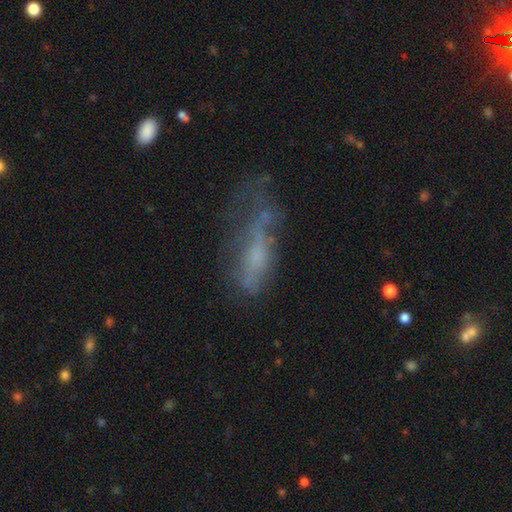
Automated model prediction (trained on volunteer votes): smooth-or-featured: smooth: 47% | featured or disk: 39% | star or artifact: 14%
  merging: major disturbance: 37% | none: 31% | minor disturbance: 25% | merger: 7%